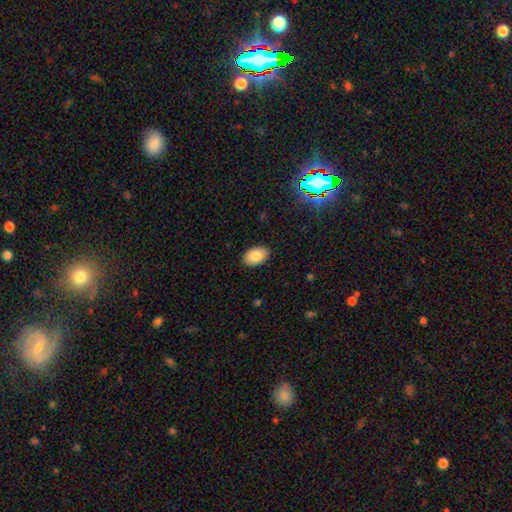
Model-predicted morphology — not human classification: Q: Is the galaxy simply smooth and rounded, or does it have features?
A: smooth — 85%.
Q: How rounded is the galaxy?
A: in between — 90%.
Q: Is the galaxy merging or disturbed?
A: none — 88%.